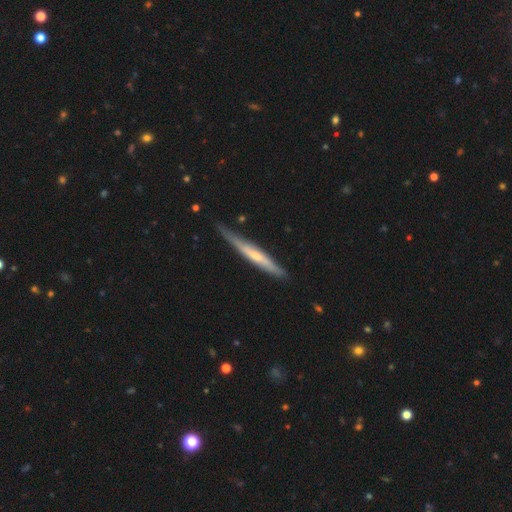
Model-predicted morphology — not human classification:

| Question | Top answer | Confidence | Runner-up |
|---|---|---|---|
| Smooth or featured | featured or disk | 59% | smooth (36%) |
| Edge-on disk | yes | 93% | no (7%) |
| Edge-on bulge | rounded | 50% | none (42%) |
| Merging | none | 74% | minor disturbance (21%) |